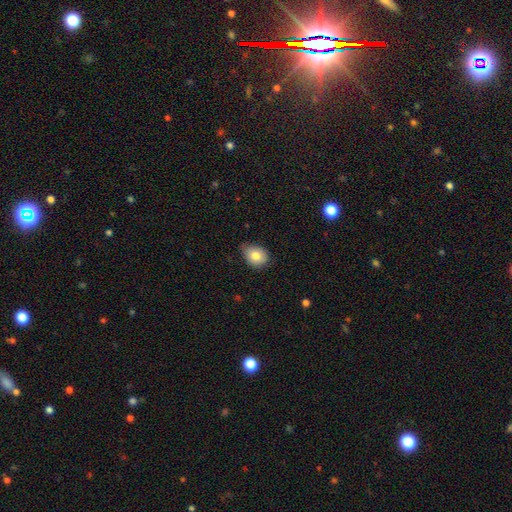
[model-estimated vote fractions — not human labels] smooth-or-featured: smooth: 79% | featured or disk: 12% | star or artifact: 9%
  how-rounded: in between: 52% | round: 47% | cigar-shaped: 1%
  merging: none: 60% | minor disturbance: 34% | major disturbance: 5% | merger: 1%